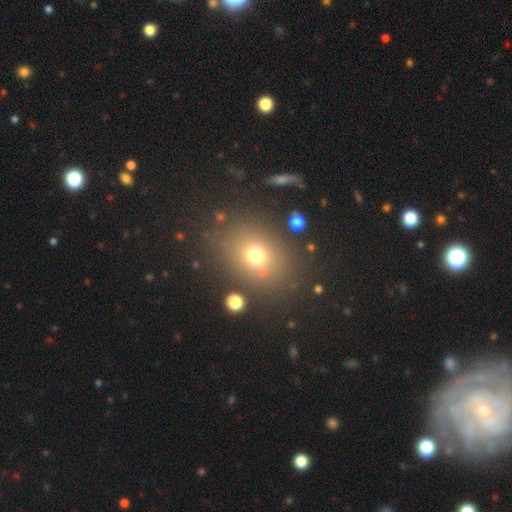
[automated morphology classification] The model was most divided on "how rounded": in between: 51%, round: 47%, cigar-shaped: 1%. More confident: merging — none (79%); smooth or featured — smooth (69%).